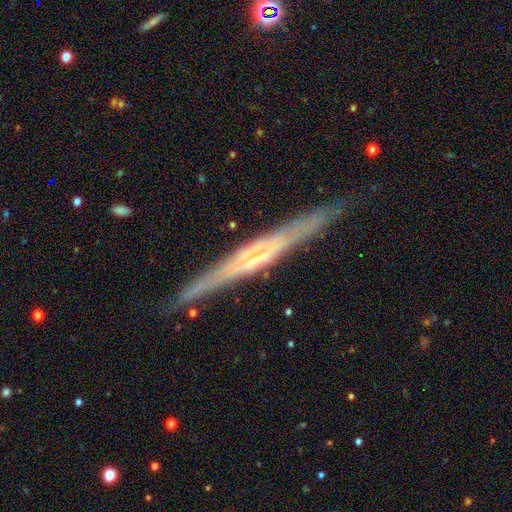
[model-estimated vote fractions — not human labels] This appears to be a featured or disk galaxy (76%) viewed edge-on (96%) with no central bulge (49%). Merging: none (88%).